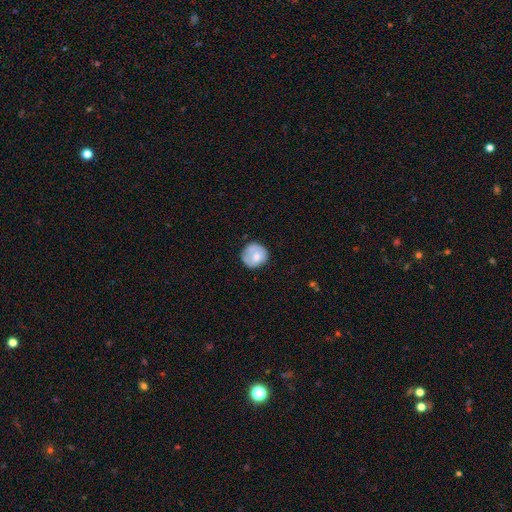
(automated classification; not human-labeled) smooth_or_featured: smooth (p=0.72) [alt: featured or disk p=0.21]
how_rounded: round (p=0.88) [alt: in between p=0.11]
merging: none (p=0.68) [alt: minor disturbance p=0.23]